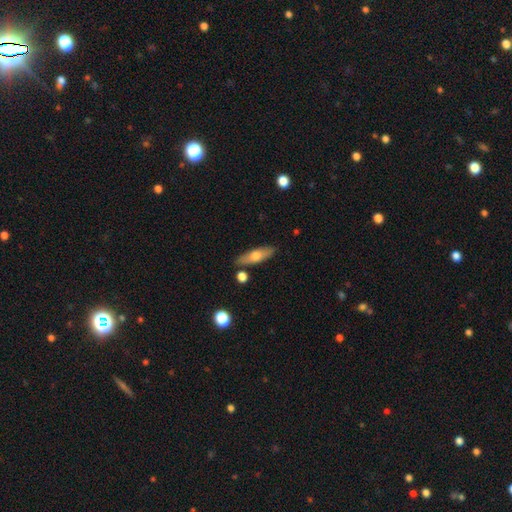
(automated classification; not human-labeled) smooth 58%, featured or disk 35%, star or artifact 6%. Down the decision tree: how rounded — cigar-shaped (51%); merging — none (84%).